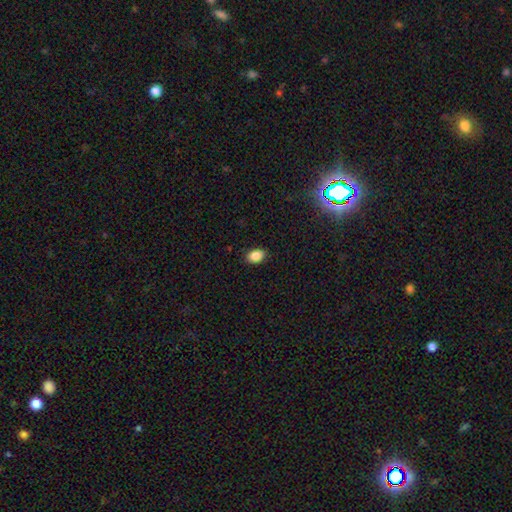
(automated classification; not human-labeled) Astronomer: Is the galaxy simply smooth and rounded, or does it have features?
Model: smooth — 88%.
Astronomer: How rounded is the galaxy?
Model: in between — 81%.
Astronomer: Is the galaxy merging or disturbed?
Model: none — 87%.